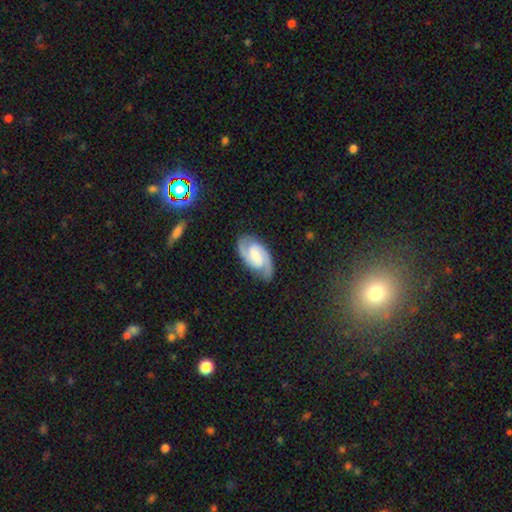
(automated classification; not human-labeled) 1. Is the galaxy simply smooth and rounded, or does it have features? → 86% featured or disk, 9% smooth, 5% star or artifact.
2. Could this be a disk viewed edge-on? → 97% no, 3% yes.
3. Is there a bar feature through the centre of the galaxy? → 51% weak, 29% no, 20% strong.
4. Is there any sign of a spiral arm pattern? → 98% yes, 2% no.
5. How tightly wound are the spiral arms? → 51% medium, 39% tight, 10% loose.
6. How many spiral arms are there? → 92% 2, 3% can't tell, 2% 3, 1% 1, 1% 4, 1% more than 4.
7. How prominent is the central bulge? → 40% small, 39% moderate, 12% none, 7% large, 1% dominant.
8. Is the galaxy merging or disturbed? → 81% none, 14% minor disturbance, 4% major disturbance, 1% merger.